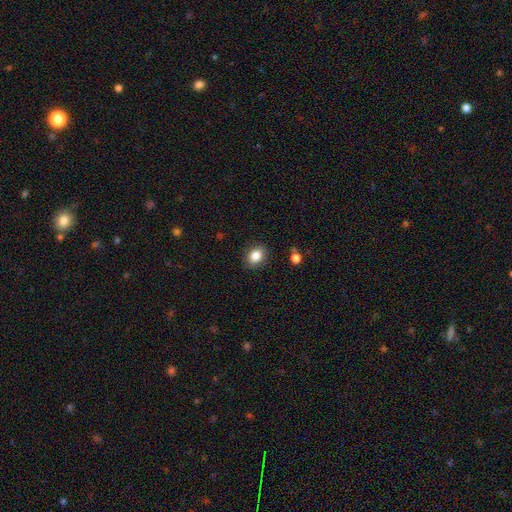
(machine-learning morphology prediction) This appears to be a smooth galaxy with no disk features (85%) that is in between round and cigar-shaped (53%). Merging: none (87%).